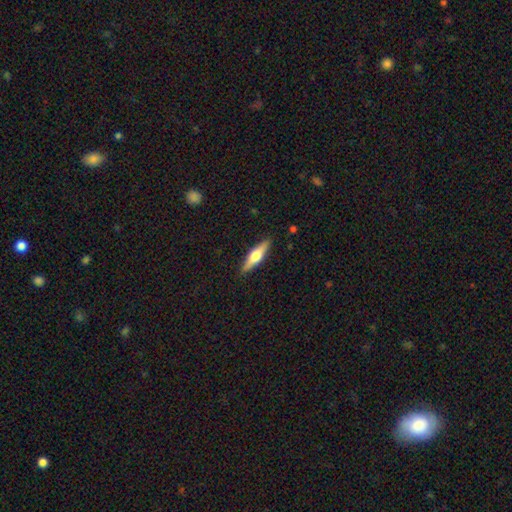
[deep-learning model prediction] smooth-or-featured: featured or disk: 51% | smooth: 44% | star or artifact: 6%
  disk-edge-on: yes: 94% | no: 6%
  merging: none: 89% | minor disturbance: 8% | major disturbance: 2% | merger: 1%